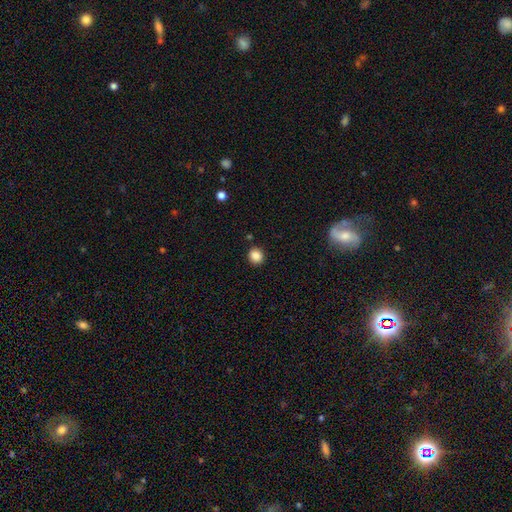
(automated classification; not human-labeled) This is clearly a smooth galaxy (87%). How rounded: clearly round (86%). Merging: clearly none (89%).